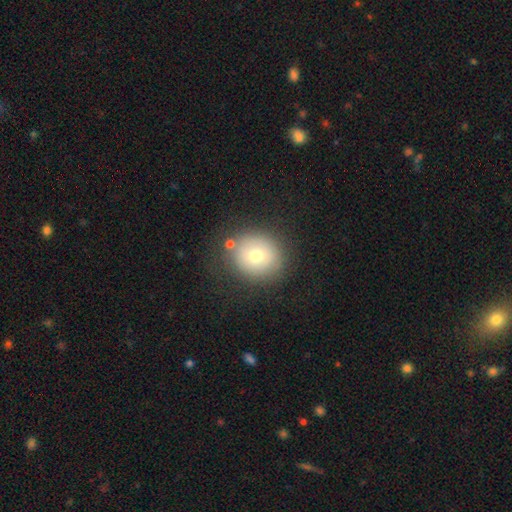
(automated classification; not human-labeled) Smooth or featured: smooth — 67% (featured or disk — 21%)
How rounded: round — 86% (in between — 13%)
Merging: none — 77% (minor disturbance — 12%)